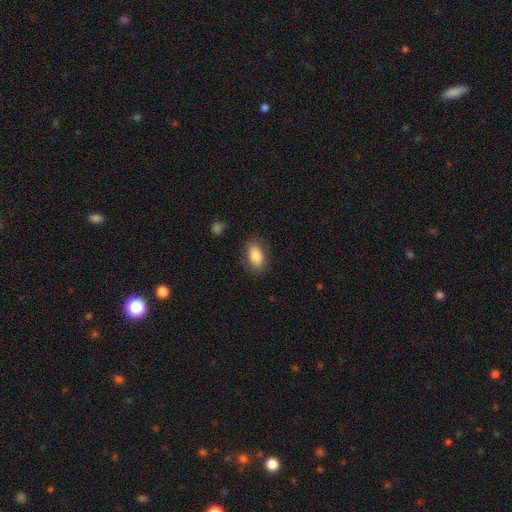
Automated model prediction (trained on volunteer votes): Smooth or featured?
  - smooth: 83% *
  - featured or disk: 9%
  - star or artifact: 7%
How rounded?
  - in between: 90% *
  - round: 7%
  - cigar-shaped: 3%
Merging?
  - none: 84% *
  - minor disturbance: 11%
  - major disturbance: 3%
  - merger: 1%